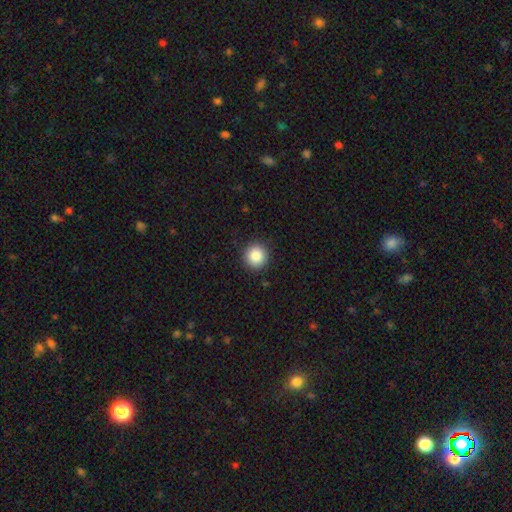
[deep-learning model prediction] Morphology: type=smooth (86%); roundness=round (93%); merging=none (91%).